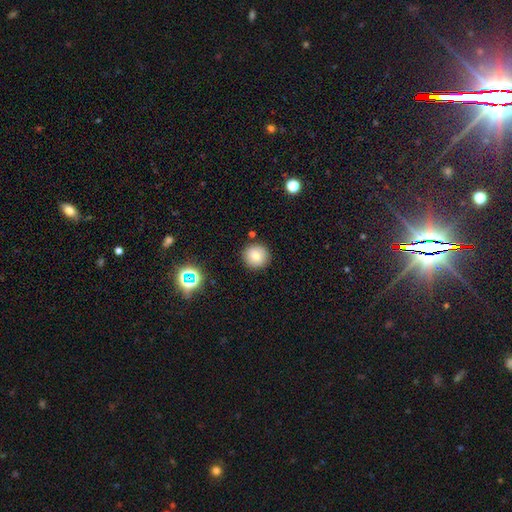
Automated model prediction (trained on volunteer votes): Overall: smooth (76%). How rounded: round (95%). Merging: none (88%).